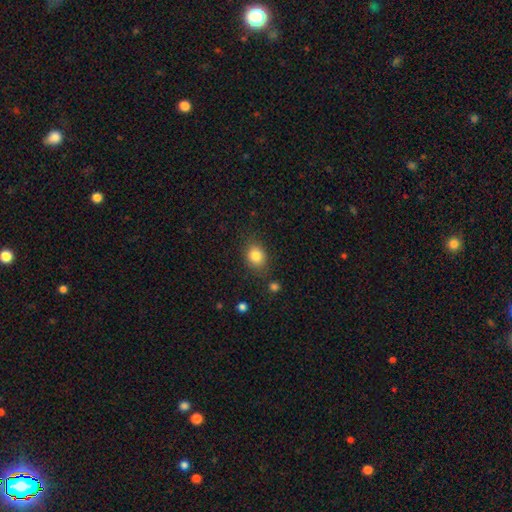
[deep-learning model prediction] Smooth or featured? Predicted: smooth (p=0.84). How rounded? Predicted: round (p=0.52). Merging? Predicted: none (p=0.81).